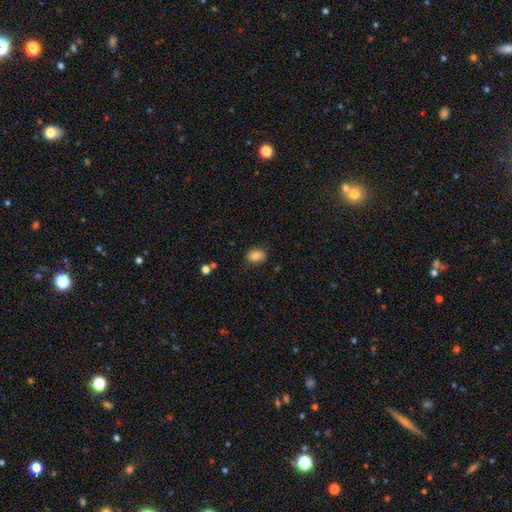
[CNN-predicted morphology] Overall: smooth (81%). How rounded: in between (67%; round 32%). Merging: none (82%).